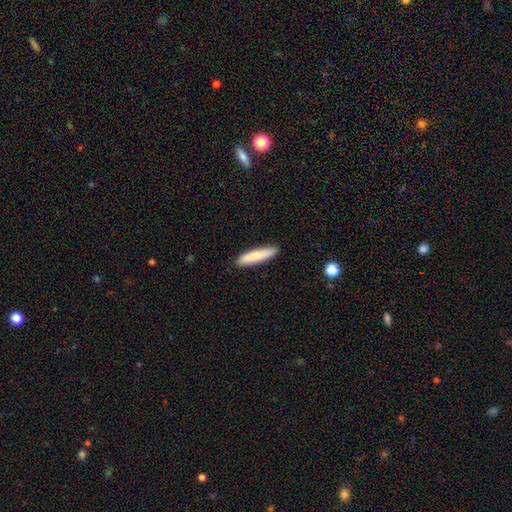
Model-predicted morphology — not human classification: The model was most divided on "how rounded": cigar-shaped: 80%, in between: 19%, round: 1%. More confident: merging — none (90%); smooth or featured — smooth (78%).